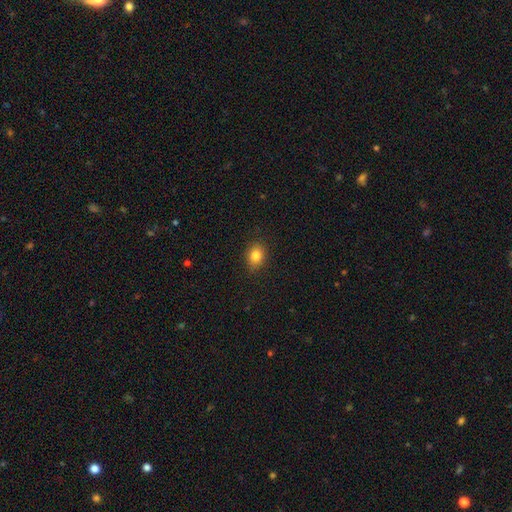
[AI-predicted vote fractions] This appears to be a smooth galaxy with no disk features (84%) that is in between round and cigar-shaped (62%). Merging: none (86%).